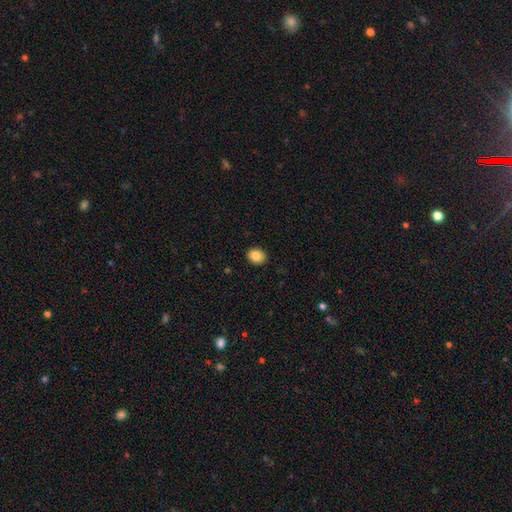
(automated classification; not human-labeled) This is clearly a smooth galaxy (86%). How rounded: possibly round (56%). Merging: clearly none (91%).